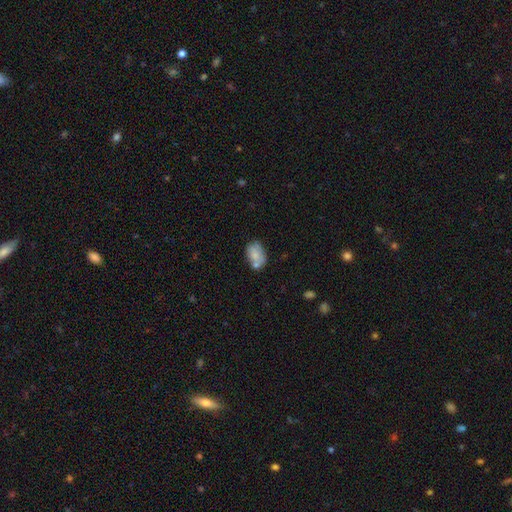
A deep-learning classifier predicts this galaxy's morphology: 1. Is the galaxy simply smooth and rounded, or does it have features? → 71% smooth, 22% featured or disk, 8% star or artifact.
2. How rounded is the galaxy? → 84% in between, 14% round, 1% cigar-shaped.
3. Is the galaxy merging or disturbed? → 47% none, 23% minor disturbance, 23% merger, 7% major disturbance.